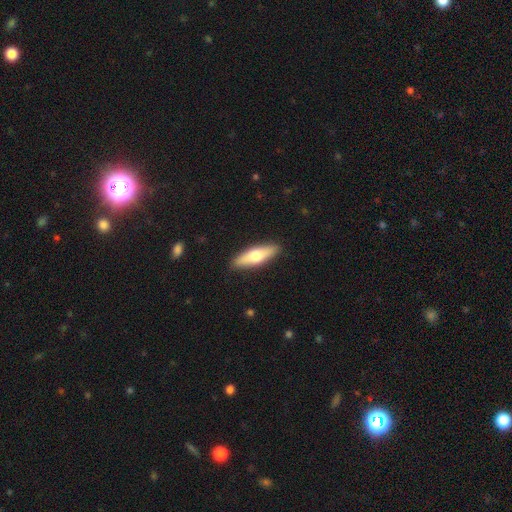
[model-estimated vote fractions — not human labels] Q: Smooth or featured?
A: smooth (57%); runner-up: featured or disk (38%)
Q: How rounded?
A: cigar-shaped (54%); runner-up: in between (43%)
Q: Merging?
A: none (89%); runner-up: minor disturbance (8%)